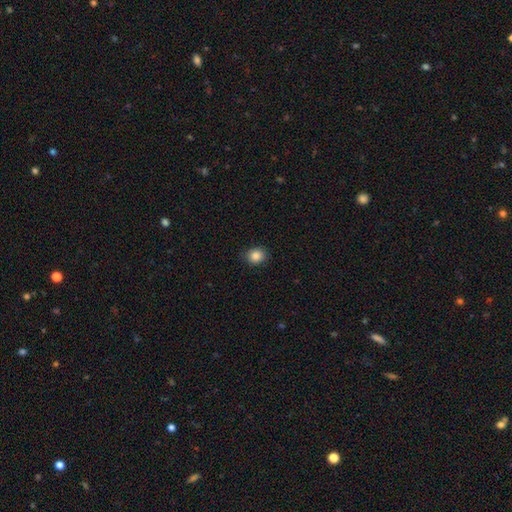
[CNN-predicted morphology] The model was most divided on "how rounded": round: 73%, in between: 26%, cigar-shaped: 1%. More confident: merging — none (87%); smooth or featured — smooth (86%).